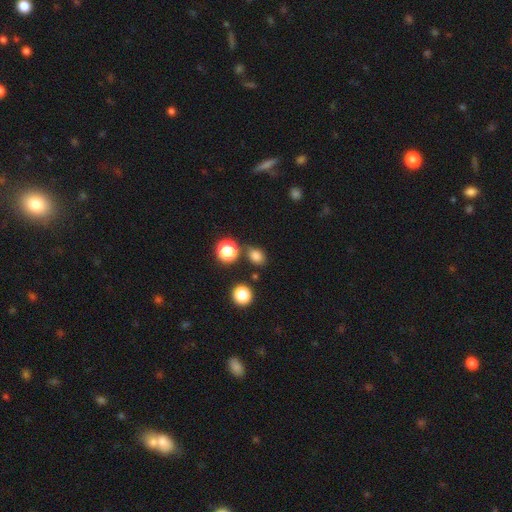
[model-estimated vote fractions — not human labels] This appears to be a smooth galaxy with no disk features (77%) that is in between round and cigar-shaped (51%). Merging: none (76%).